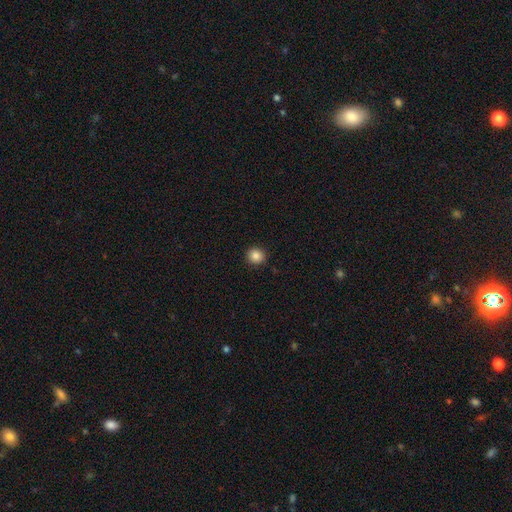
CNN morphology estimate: Smooth or featured? smooth (85%)
How rounded? round (90%)
Merging? none (92%)